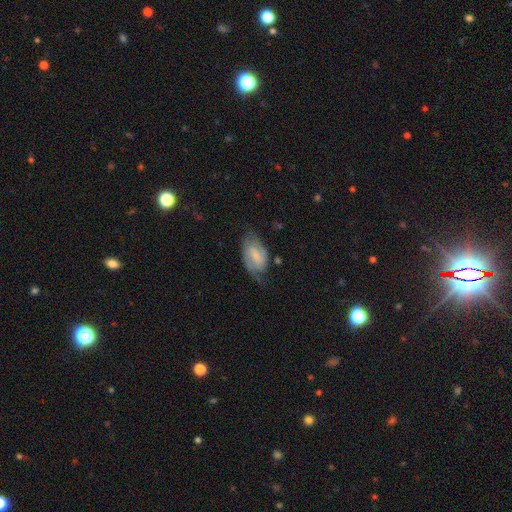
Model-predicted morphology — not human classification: smooth-or-featured: featured or disk: 66% | smooth: 27% | star or artifact: 7%
  disk-edge-on: no: 96% | yes: 4%
    bar: weak: 50% | strong: 29% | no: 21%
    has-spiral-arms: yes: 90% | no: 10%
      spiral-winding: medium: 47% | tight: 33% | loose: 20%
      spiral-arm-count: 2: 83% | can't tell: 9% | 1: 5% | 3: 2% | 4: 1% | more than 4: 1%
    bulge-size: none: 38% | small: 33% | moderate: 21% | large: 7% | dominant: 2%
  merging: none: 60% | minor disturbance: 26% | major disturbance: 12% | merger: 2%